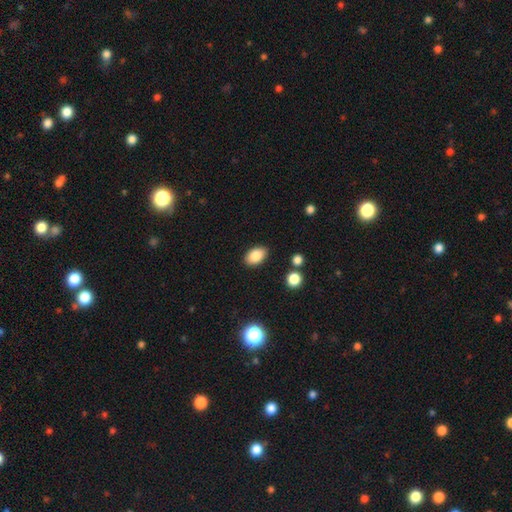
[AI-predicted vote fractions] Q: Smooth or featured?
A: smooth (85%); runner-up: star or artifact (8%)
Q: How rounded?
A: in between (89%); runner-up: round (9%)
Q: Merging?
A: none (87%); runner-up: minor disturbance (9%)